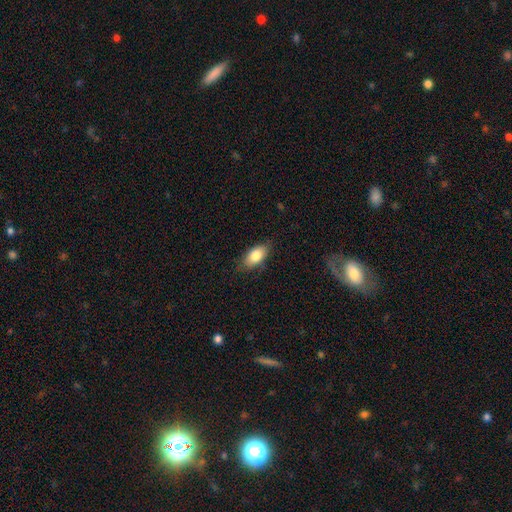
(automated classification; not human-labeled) A smooth galaxy with no disk features (81%) that is in between round and cigar-shaped (90%).

Vote fractions:
- Smooth or featured? smooth: 81% / featured or disk: 12% / star or artifact: 7%
- How rounded? in between: 90% / cigar-shaped: 6% / round: 4%
- Merging? none: 80% / minor disturbance: 16% / major disturbance: 3% / merger: 1%